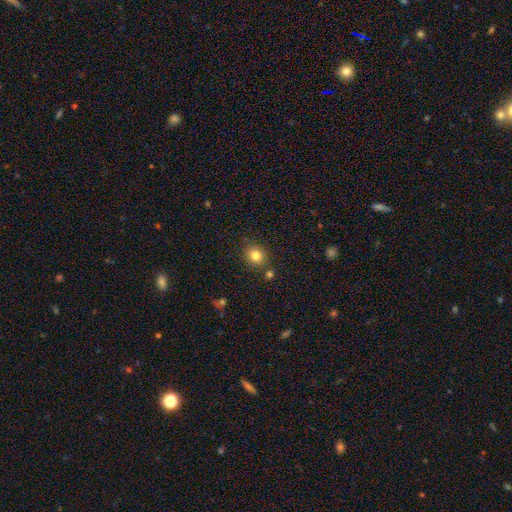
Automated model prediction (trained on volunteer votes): smooth_or_featured: smooth (p=0.82) [alt: star or artifact p=0.11]
how_rounded: round (p=0.75) [alt: in between p=0.24]
merging: none (p=0.82) [alt: minor disturbance p=0.09]